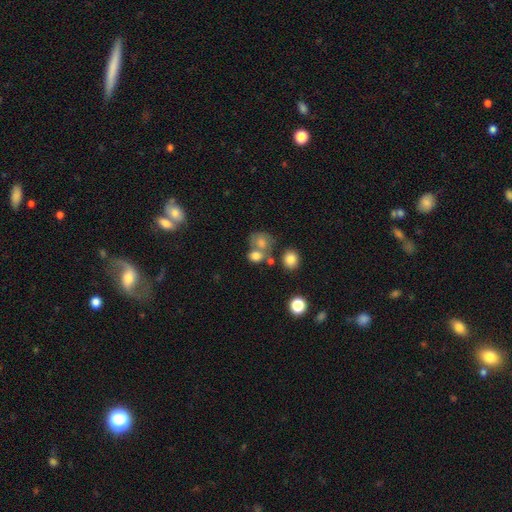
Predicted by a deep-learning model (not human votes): smooth_or_featured: smooth (p=0.73) [alt: featured or disk p=0.14]
how_rounded: round (p=0.65) [alt: in between p=0.34]
merging: merger (p=0.43) [alt: none p=0.39]